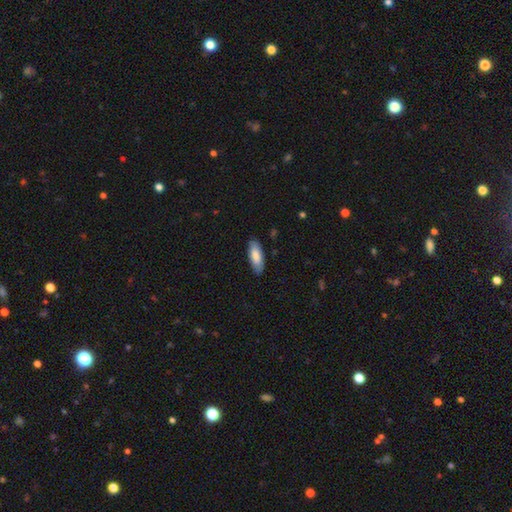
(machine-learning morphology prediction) Q: Smooth or featured?
A: smooth (84%); runner-up: featured or disk (11%)
Q: How rounded?
A: in between (73%); runner-up: cigar-shaped (25%)
Q: Merging?
A: none (85%); runner-up: minor disturbance (12%)